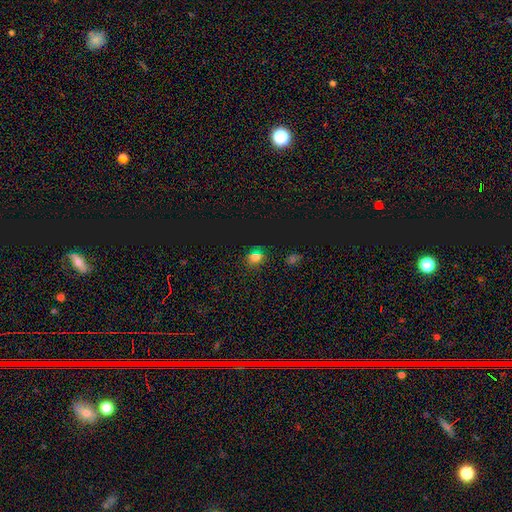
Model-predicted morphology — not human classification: Overall: smooth (62%; star or artifact 31%). How rounded: round (63%; in between 34%). Merging: none (84%).